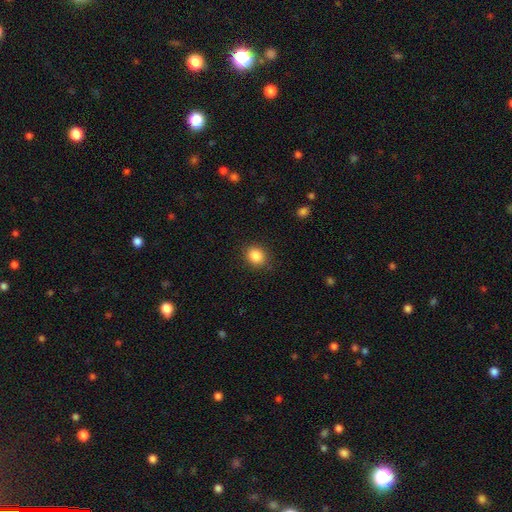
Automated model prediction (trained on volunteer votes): Overall: smooth (86%). How rounded: round (60%; in between 39%). Merging: none (87%).